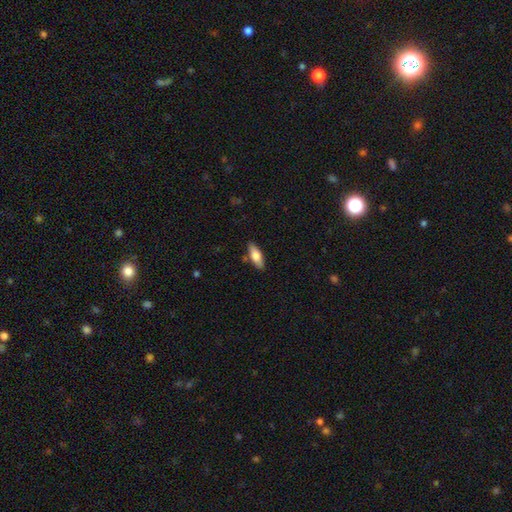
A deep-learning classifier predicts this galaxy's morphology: smooth_or_featured: smooth (p=0.71) [alt: featured or disk p=0.23]
how_rounded: in between (p=0.70) [alt: cigar-shaped p=0.27]
merging: none (p=0.83) [alt: minor disturbance p=0.11]